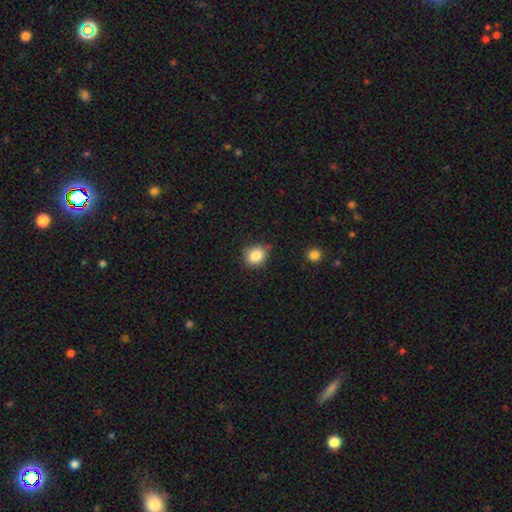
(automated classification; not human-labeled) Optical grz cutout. It shows a smooth galaxy with no disk features (85%) that is round (64%). Merging: none (82%).